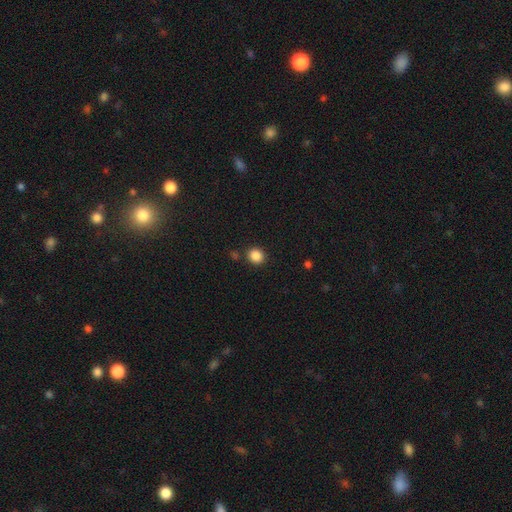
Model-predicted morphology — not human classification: type=smooth (87%); roundness=round (82%); merging=none (85%).